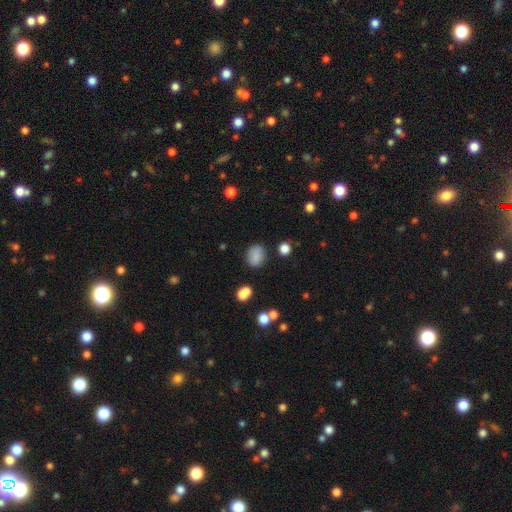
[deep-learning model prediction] A smooth galaxy with no disk features (82%) that is round (51%).

Vote fractions:
- Smooth or featured? smooth: 82% / star or artifact: 10% / featured or disk: 7%
- How rounded? round: 51% / in between: 48% / cigar-shaped: 1%
- Merging? none: 80% / minor disturbance: 13% / major disturbance: 4% / merger: 3%